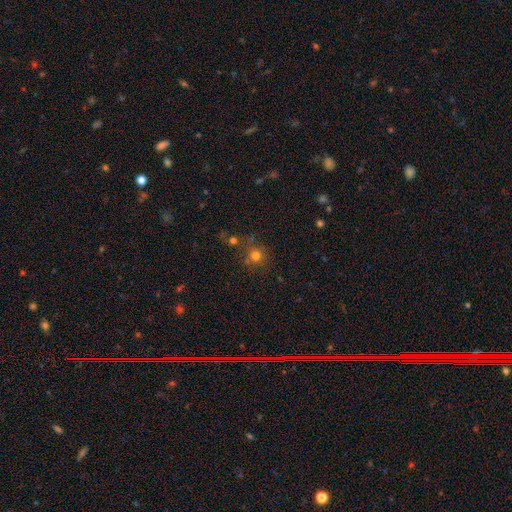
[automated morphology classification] Overall: smooth (72%). How rounded: round (92%). Merging: none (72%).